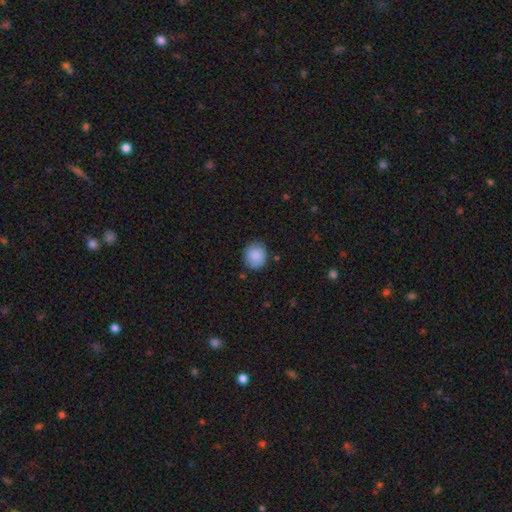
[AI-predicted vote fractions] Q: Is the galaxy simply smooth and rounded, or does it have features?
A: smooth — 89%.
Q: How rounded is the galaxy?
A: round — 78%.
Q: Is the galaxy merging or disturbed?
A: none — 85%.